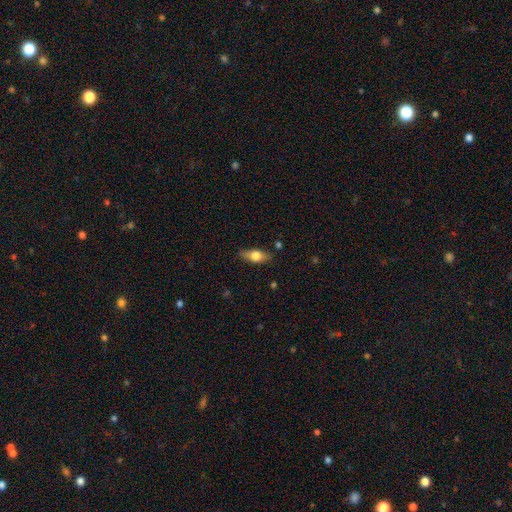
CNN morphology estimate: A smooth galaxy with no disk features (64%) that is in between round and cigar-shaped (73%).

Vote fractions:
- Smooth or featured? smooth: 64% / featured or disk: 29% / star or artifact: 6%
- How rounded? in between: 73% / cigar-shaped: 23% / round: 4%
- Merging? none: 83% / minor disturbance: 13% / major disturbance: 3% / merger: 2%